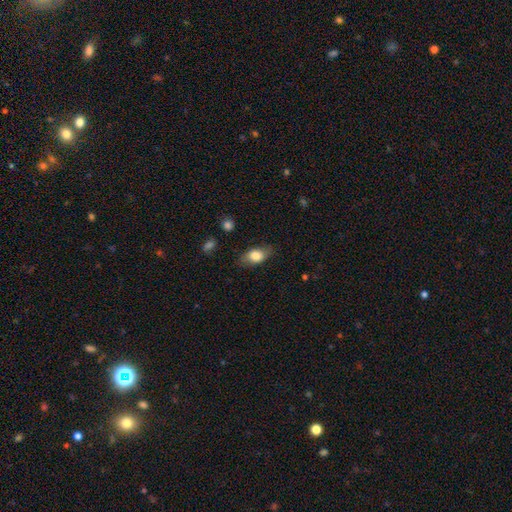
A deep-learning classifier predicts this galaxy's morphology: Smooth or featured: smooth — 77% (featured or disk — 16%)
How rounded: in between — 87% (round — 8%)
Merging: none — 77% (minor disturbance — 17%)